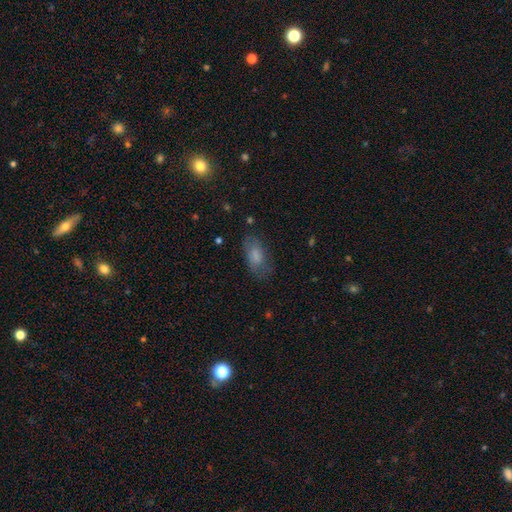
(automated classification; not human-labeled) A smooth galaxy with no disk features (74%) that is in between round and cigar-shaped (89%).

Vote fractions:
- Smooth or featured? smooth: 74% / featured or disk: 17% / star or artifact: 9%
- How rounded? in between: 89% / cigar-shaped: 7% / round: 4%
- Merging? none: 68% / minor disturbance: 21% / major disturbance: 9% / merger: 2%